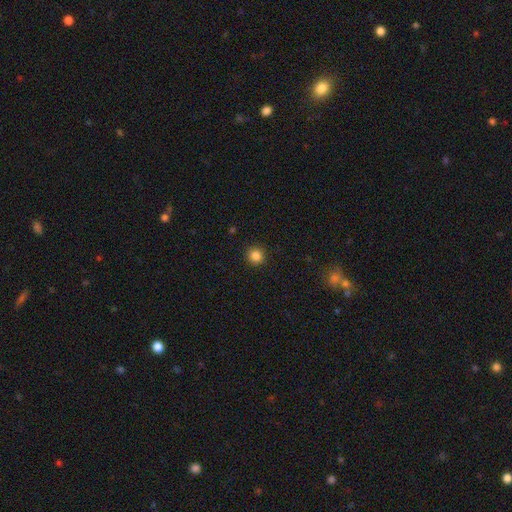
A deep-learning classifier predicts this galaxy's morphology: Smooth or featured? Predicted: smooth (p=0.85). How rounded? Predicted: round (p=0.94). Merging? Predicted: none (p=0.92).